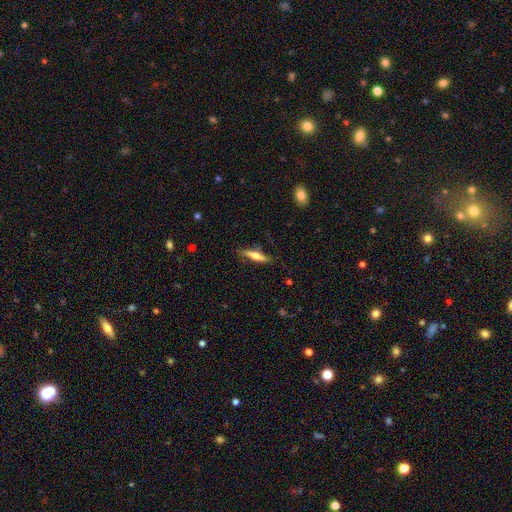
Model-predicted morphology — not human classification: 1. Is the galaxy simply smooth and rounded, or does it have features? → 50% featured or disk, 44% smooth, 6% star or artifact.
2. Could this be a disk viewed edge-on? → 94% yes, 6% no.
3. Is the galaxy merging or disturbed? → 82% none, 13% minor disturbance, 3% major disturbance, 2% merger.